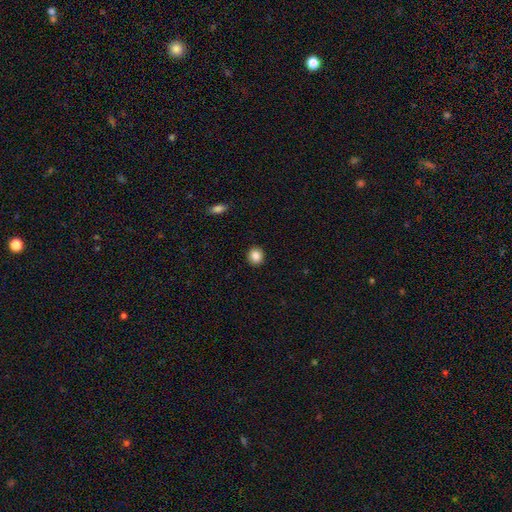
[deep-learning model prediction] Morphology: type=smooth (86%); roundness=round (84%); merging=none (92%).